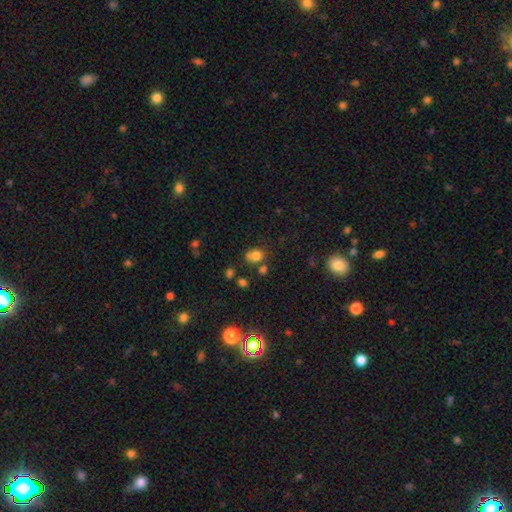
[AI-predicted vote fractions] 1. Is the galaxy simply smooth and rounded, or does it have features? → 76% smooth, 15% star or artifact, 9% featured or disk.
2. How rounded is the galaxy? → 55% in between, 44% round, 1% cigar-shaped.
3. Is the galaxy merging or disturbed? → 54% none, 21% minor disturbance, 17% merger, 8% major disturbance.